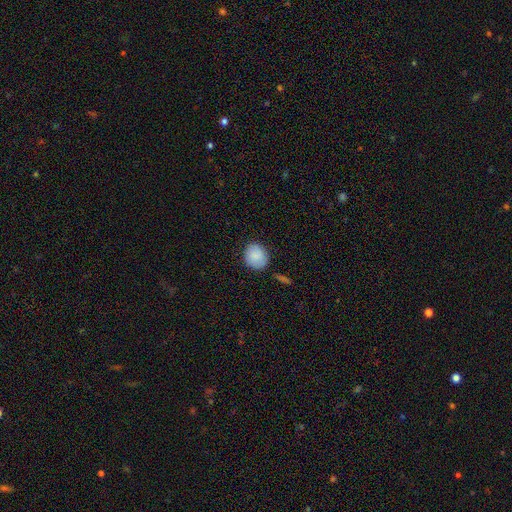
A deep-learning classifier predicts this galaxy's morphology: This is clearly a smooth galaxy (87%). How rounded: likely round (73%). Merging: clearly none (82%).